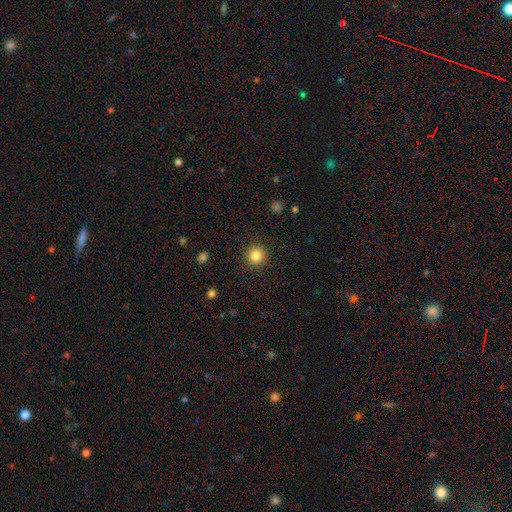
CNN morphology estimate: Smooth or featured?
  - smooth: 85% *
  - star or artifact: 11%
  - featured or disk: 5%
How rounded?
  - round: 94% *
  - in between: 5%
  - cigar-shaped: 1%
Merging?
  - none: 91% *
  - minor disturbance: 6%
  - major disturbance: 2%
  - merger: 1%